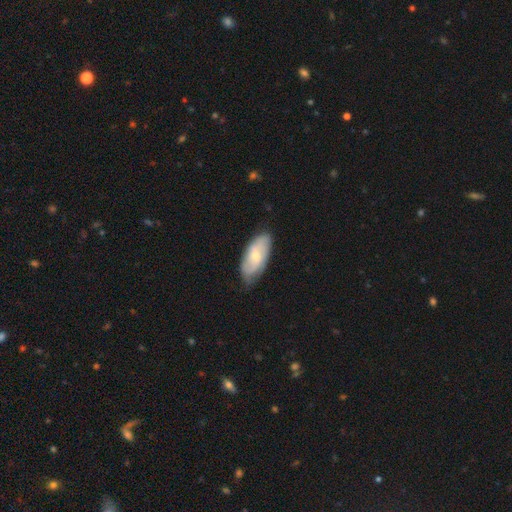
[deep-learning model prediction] smooth_or_featured: smooth (p=0.50) [alt: featured or disk p=0.45]
merging: none (p=0.72) [alt: minor disturbance p=0.23]